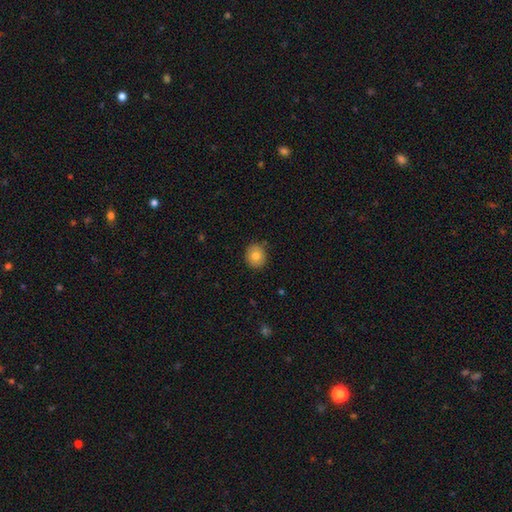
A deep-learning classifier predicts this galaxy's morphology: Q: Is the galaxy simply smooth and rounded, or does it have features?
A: smooth — 79%.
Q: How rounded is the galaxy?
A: round — 80%.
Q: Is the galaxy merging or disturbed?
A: none — 87%.